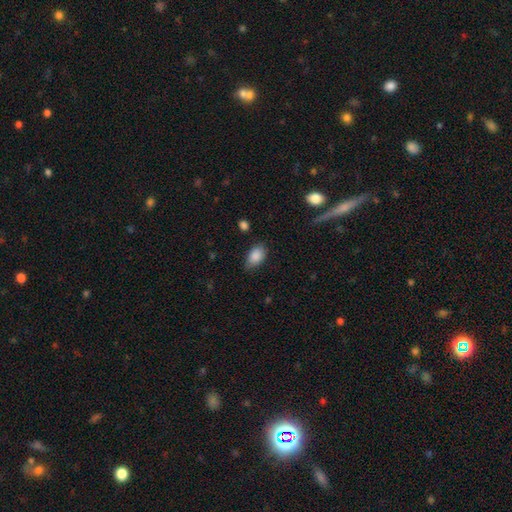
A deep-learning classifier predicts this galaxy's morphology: A smooth galaxy with no disk features (88%) that is in between round and cigar-shaped (88%). Merging: none (71%).